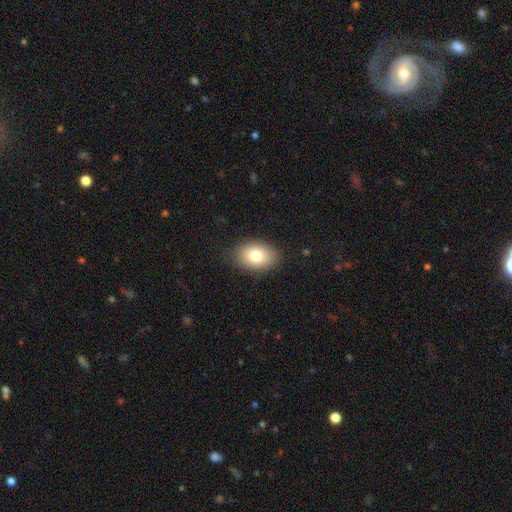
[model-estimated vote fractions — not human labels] smooth-or-featured: smooth: 78% | featured or disk: 13% | star or artifact: 9%
  how-rounded: in between: 79% | round: 20% | cigar-shaped: 1%
  merging: none: 86% | minor disturbance: 10% | major disturbance: 3% | merger: 1%